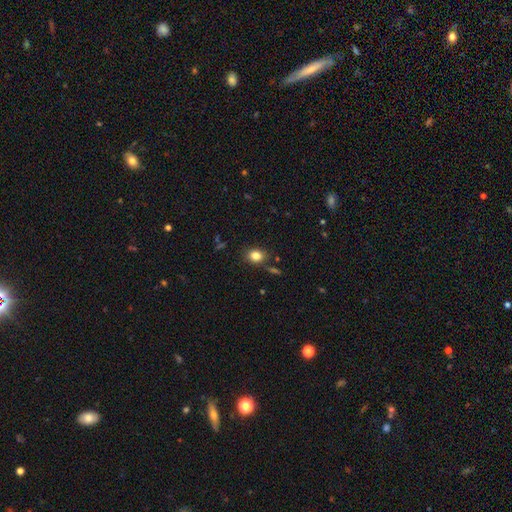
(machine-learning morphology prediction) smooth 82%, star or artifact 11%, featured or disk 7%. Down the decision tree: how rounded — round (57%); merging — none (82%).